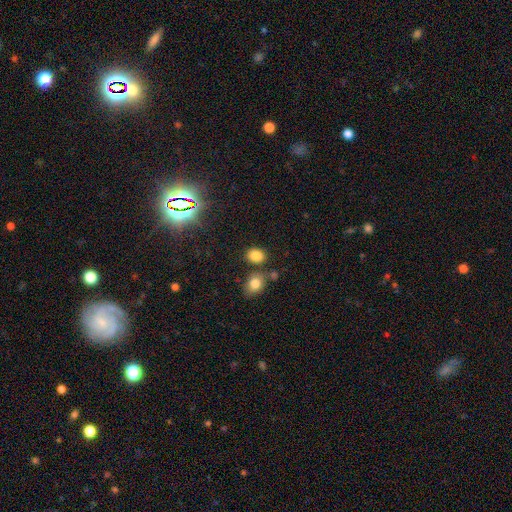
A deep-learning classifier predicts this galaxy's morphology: A smooth galaxy with no disk features (83%) that is in between round and cigar-shaped (56%).

Vote fractions:
- Smooth or featured? smooth: 83% / star or artifact: 12% / featured or disk: 5%
- How rounded? in between: 56% / round: 43% / cigar-shaped: 1%
- Merging? none: 73% / merger: 12% / minor disturbance: 11% / major disturbance: 3%